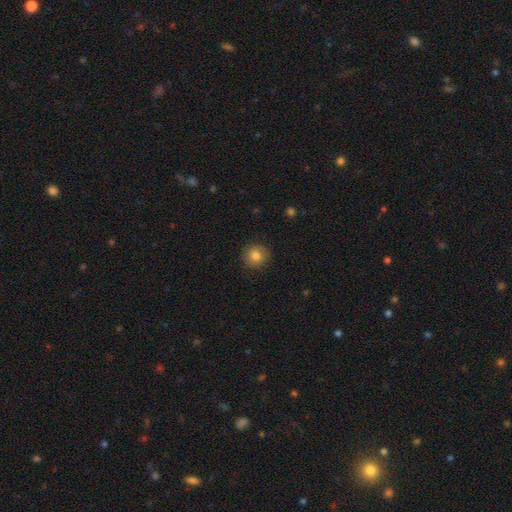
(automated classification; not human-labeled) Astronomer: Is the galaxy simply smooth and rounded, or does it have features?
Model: smooth — 81%.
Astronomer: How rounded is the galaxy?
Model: round — 92%.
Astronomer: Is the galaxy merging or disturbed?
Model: none — 88%.